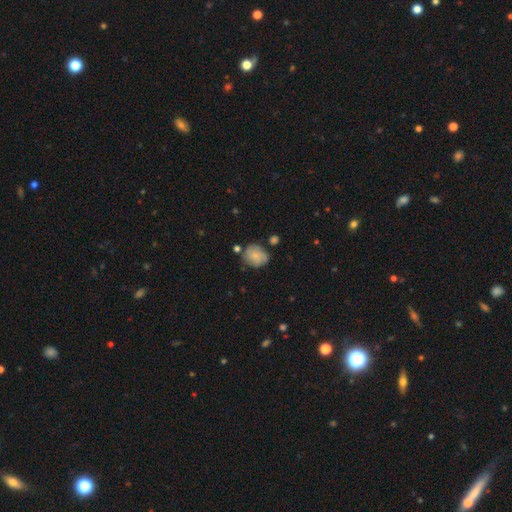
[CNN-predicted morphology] smooth 64%, featured or disk 27%, star or artifact 8%. Down the decision tree: how rounded — round (62%); merging — none (61%).